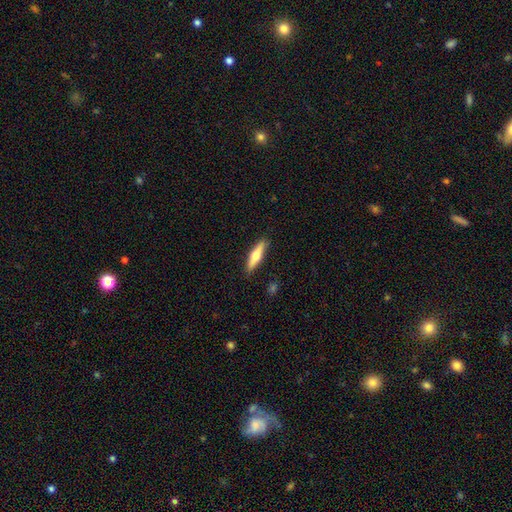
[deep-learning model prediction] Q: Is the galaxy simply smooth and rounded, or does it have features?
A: featured or disk — 48%.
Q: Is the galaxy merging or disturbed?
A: none — 89%.